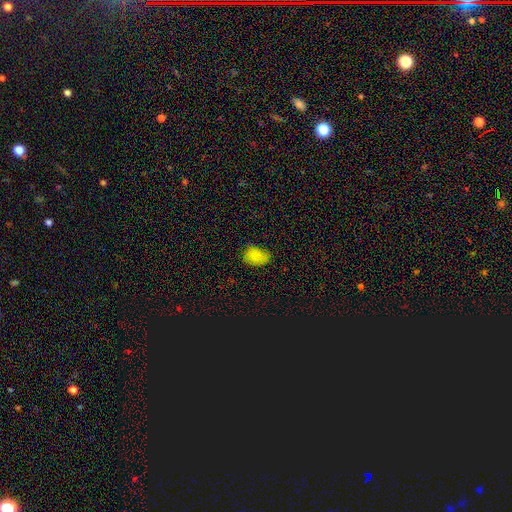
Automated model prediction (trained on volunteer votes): This is clearly a smooth galaxy (83%). How rounded: likely in between (73%). Merging: likely none (66%).